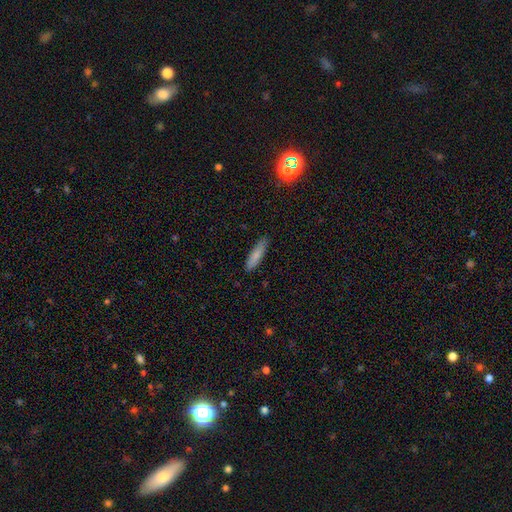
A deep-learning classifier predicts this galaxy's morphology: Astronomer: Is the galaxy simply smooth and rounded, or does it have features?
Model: smooth — 80%.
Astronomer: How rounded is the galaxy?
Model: cigar-shaped — 77%.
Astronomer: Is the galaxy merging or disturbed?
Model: none — 86%.